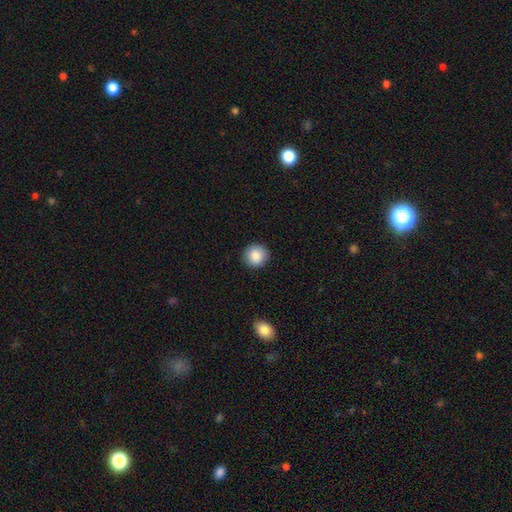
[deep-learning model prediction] Q: Smooth or featured?
A: smooth (88%); runner-up: star or artifact (8%)
Q: How rounded?
A: round (93%); runner-up: in between (6%)
Q: Merging?
A: none (91%); runner-up: minor disturbance (6%)